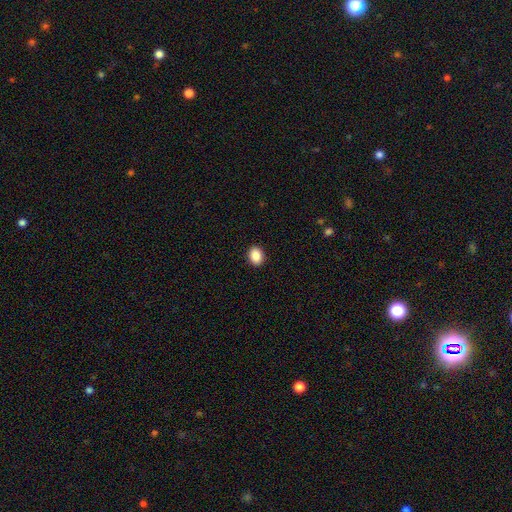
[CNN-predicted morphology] Smooth or featured? Predicted: smooth (p=0.89). How rounded? Predicted: in between (p=0.57). Merging? Predicted: none (p=0.91).